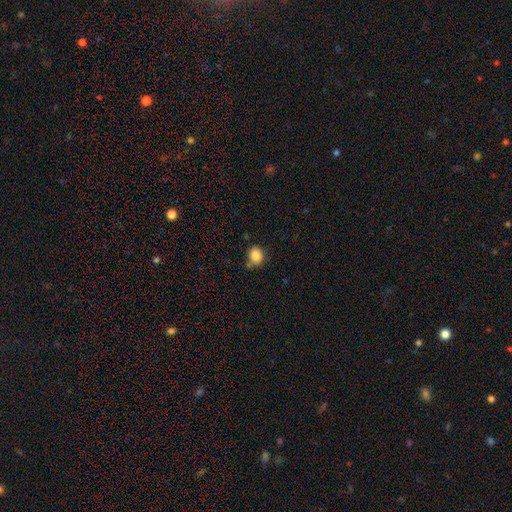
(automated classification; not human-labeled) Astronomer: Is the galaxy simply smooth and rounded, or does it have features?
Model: smooth — 86%.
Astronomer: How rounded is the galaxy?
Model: round — 64%.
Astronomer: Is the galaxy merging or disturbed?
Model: none — 66%.